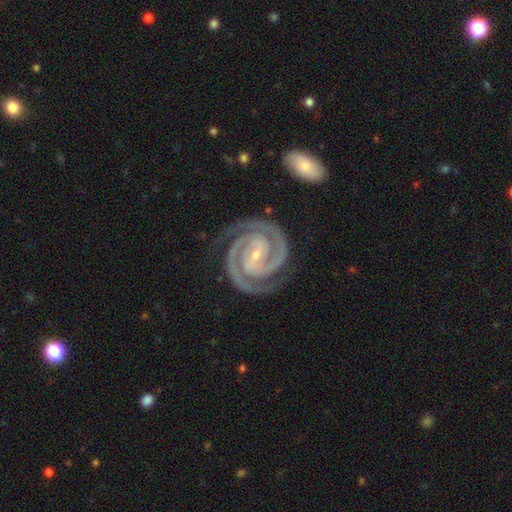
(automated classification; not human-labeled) The model was most divided on "bar": strong: 43%, weak: 33%, no: 24%. More confident: spiral arms — yes (99%); edge-on disk — no (98%); smooth or featured — featured or disk (94%); spiral arm count — 2 (92%); merging — none (84%); bulge size — small (82%); spiral winding — tight (78%).